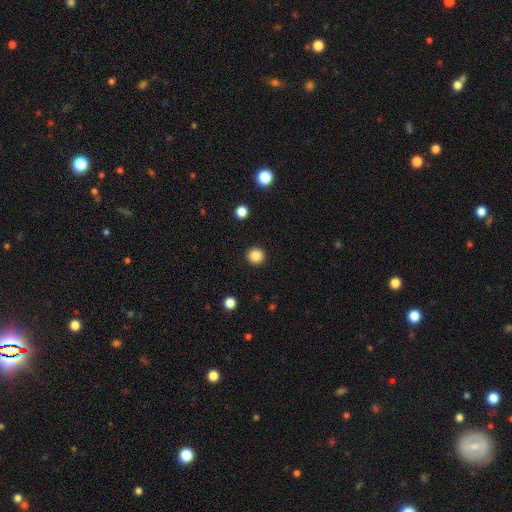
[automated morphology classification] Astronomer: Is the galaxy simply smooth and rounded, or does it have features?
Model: smooth — 85%.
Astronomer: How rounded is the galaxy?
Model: round — 95%.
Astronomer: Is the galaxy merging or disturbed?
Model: none — 93%.